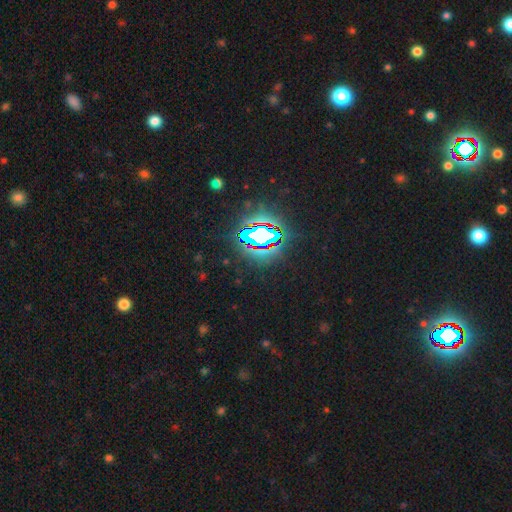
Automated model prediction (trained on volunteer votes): Smooth or featured? Predicted: star or artifact (p=0.84).